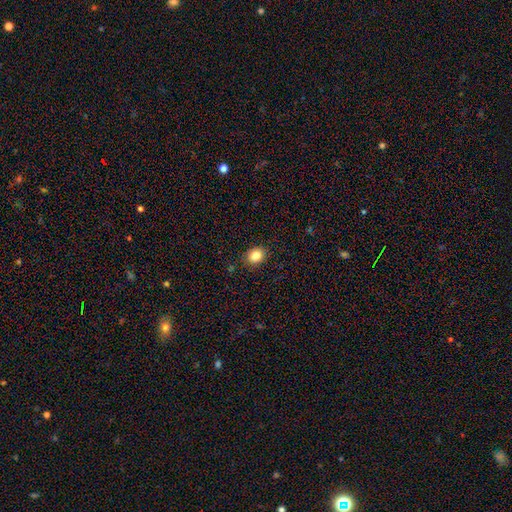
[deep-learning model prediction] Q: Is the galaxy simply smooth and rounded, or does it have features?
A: smooth — 84%.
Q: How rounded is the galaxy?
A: in between — 52%.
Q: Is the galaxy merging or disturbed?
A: none — 87%.